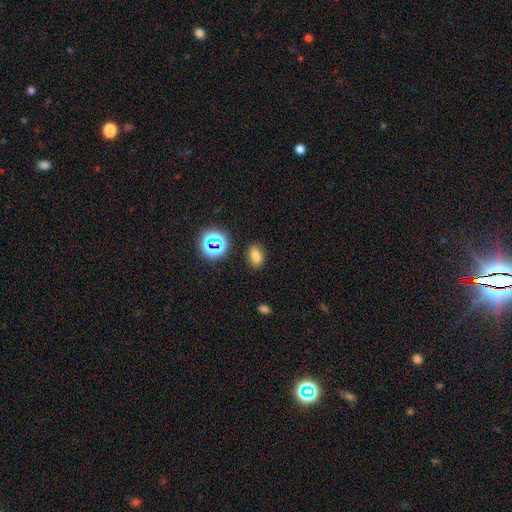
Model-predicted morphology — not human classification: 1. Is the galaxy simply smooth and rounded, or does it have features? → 74% smooth, 20% star or artifact, 7% featured or disk.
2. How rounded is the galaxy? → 80% in between, 18% round, 2% cigar-shaped.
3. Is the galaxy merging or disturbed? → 84% none, 11% minor disturbance, 3% major disturbance, 2% merger.